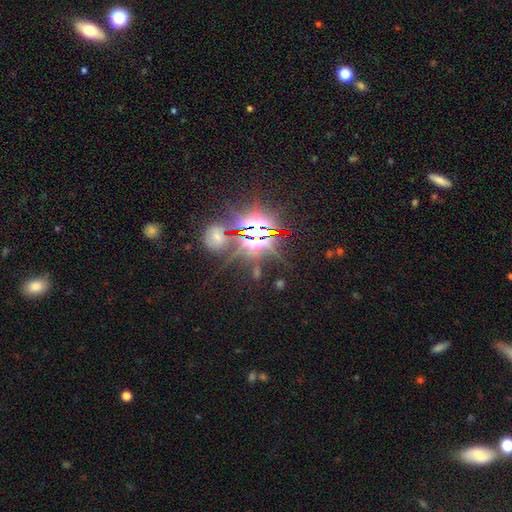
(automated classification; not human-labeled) Smooth or featured? star or artifact (80%)